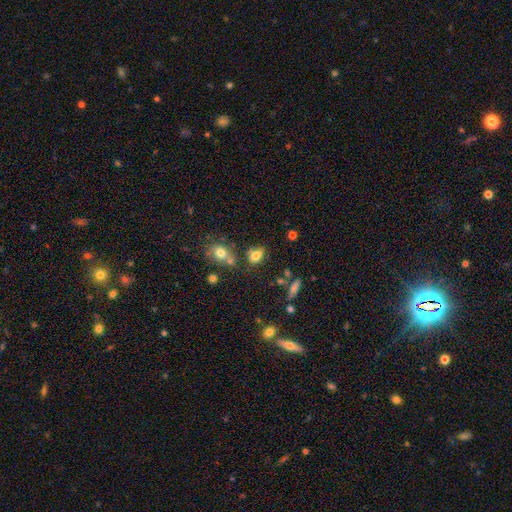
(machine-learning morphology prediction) This appears to be a smooth galaxy with no disk features (73%) that is in between round and cigar-shaped (75%). Merging: none (57%).